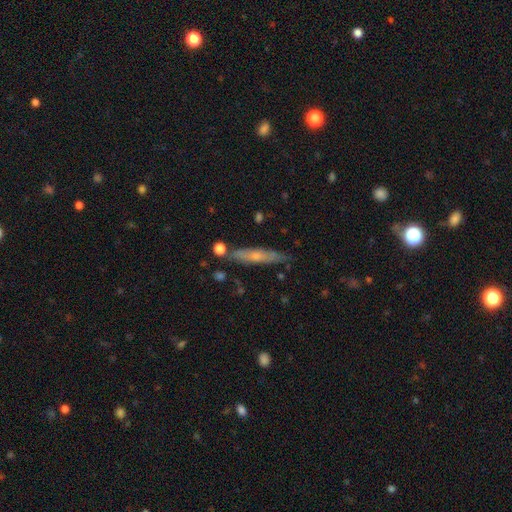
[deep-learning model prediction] Smooth or featured: smooth — 47% (featured or disk — 46%)
Merging: none — 80% (minor disturbance — 13%)